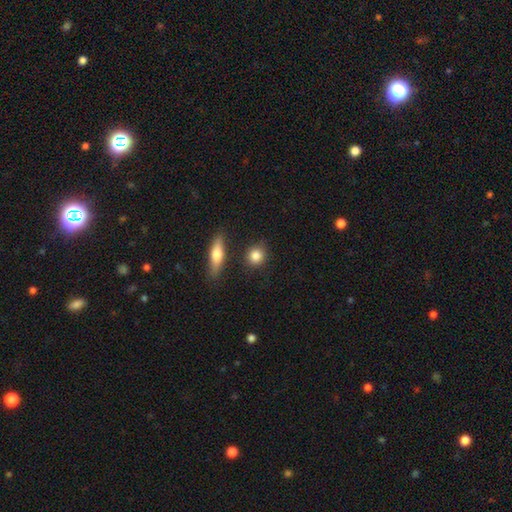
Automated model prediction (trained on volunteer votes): This appears to be a smooth galaxy with no disk features (84%) that is round (77%). Merging: none (82%).